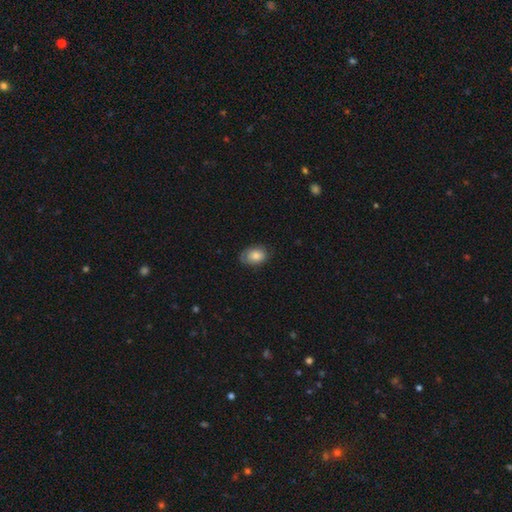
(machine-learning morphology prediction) smooth_or_featured: smooth (p=0.79) [alt: featured or disk p=0.14]
how_rounded: in between (p=0.78) [alt: round p=0.21]
merging: none (p=0.69) [alt: minor disturbance p=0.24]